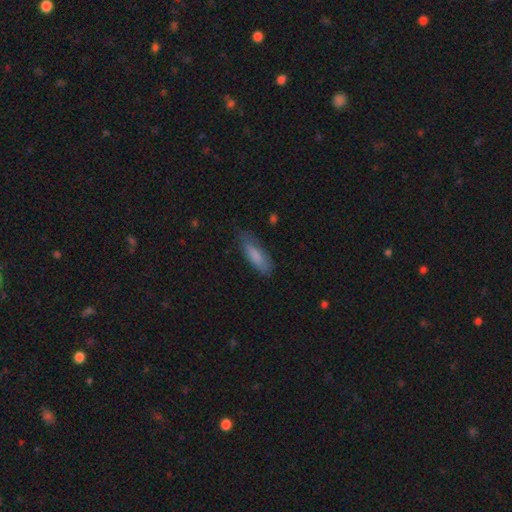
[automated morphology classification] Smooth or featured? smooth (80%)
How rounded? cigar-shaped (50%)
Merging? none (71%)